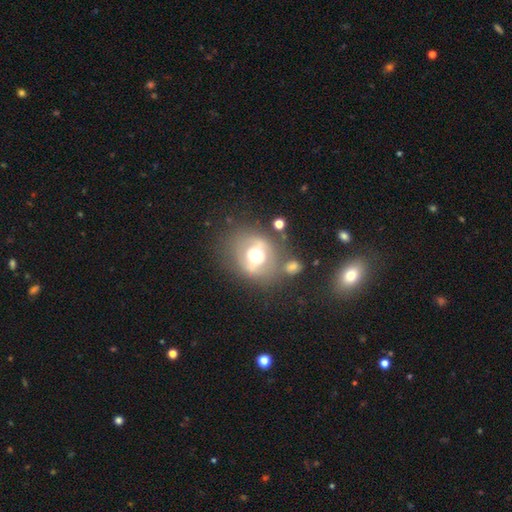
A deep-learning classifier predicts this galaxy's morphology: A featured or disk galaxy (49%). Merging: none (61%).